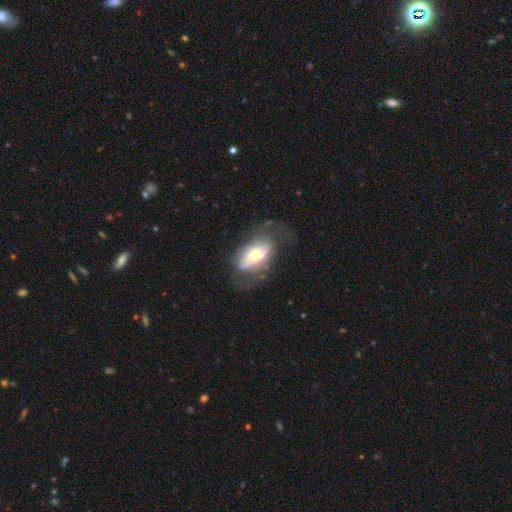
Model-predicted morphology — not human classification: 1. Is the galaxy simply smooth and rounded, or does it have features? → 58% featured or disk, 35% smooth, 7% star or artifact.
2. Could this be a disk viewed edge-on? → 85% no, 15% yes.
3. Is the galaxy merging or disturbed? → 51% none, 24% minor disturbance, 23% major disturbance, 2% merger.